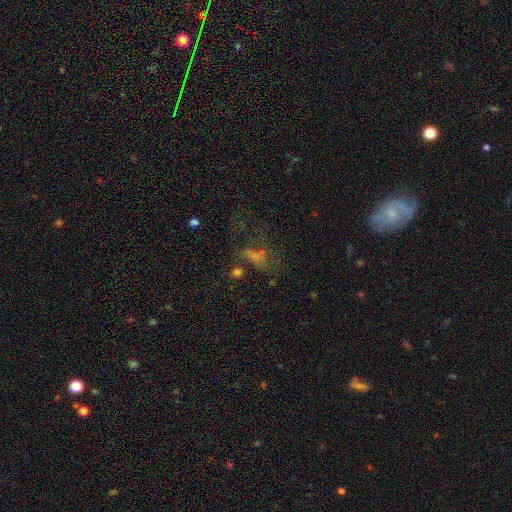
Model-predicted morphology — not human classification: Smooth or featured: smooth — 35% (featured or disk — 33%)
Merging: none — 37% (tied with major disturbance — 37%)